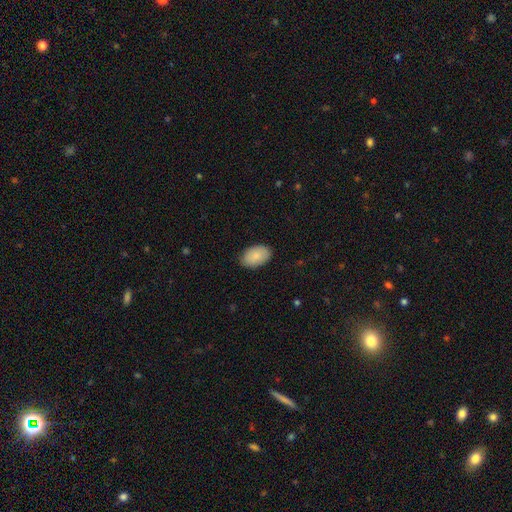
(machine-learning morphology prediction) smooth-or-featured: smooth: 86% | featured or disk: 8% | star or artifact: 6%
  how-rounded: in between: 92% | round: 7% | cigar-shaped: 1%
  merging: none: 87% | minor disturbance: 10% | major disturbance: 2% | merger: 1%